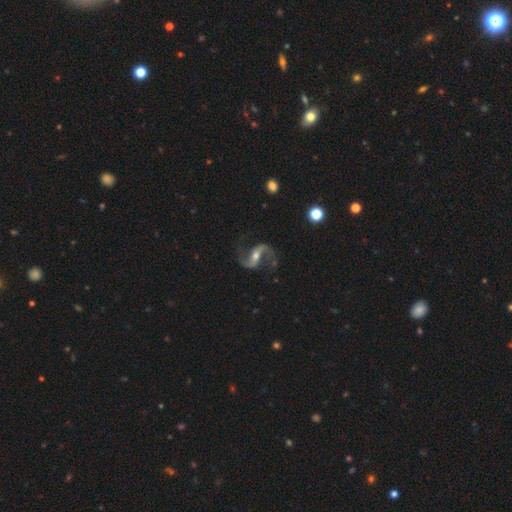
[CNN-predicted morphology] featured or disk 91%, star or artifact 5%, smooth 4%. Down the decision tree: edge-on disk — no (97%); bar — strong (39%); spiral arms — yes (98%); spiral arm count — 2 (94%); spiral winding — loose (72%); bulge size — moderate (50%); merging — none (78%).